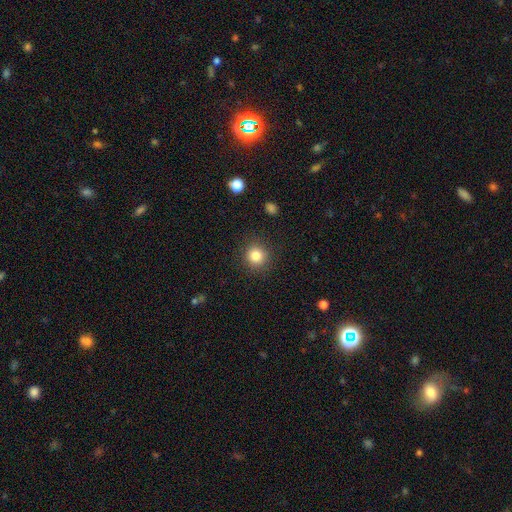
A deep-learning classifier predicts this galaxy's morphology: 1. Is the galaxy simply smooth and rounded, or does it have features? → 83% smooth, 11% star or artifact, 6% featured or disk.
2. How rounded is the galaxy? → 93% round, 6% in between, 1% cigar-shaped.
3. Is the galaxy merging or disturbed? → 90% none, 6% minor disturbance, 2% major disturbance, 1% merger.